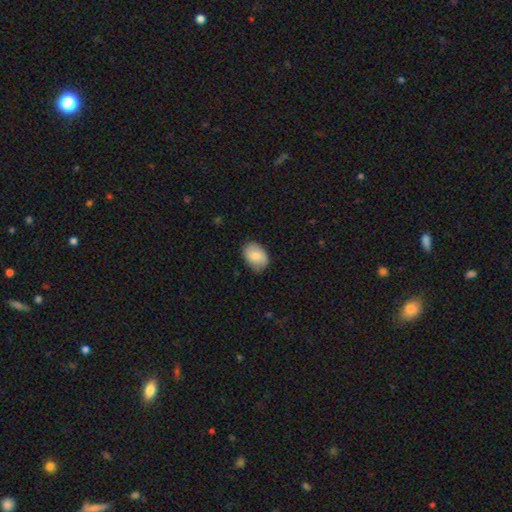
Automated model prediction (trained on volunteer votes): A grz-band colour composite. It shows a smooth galaxy with no disk features (79%) that is in between round and cigar-shaped (81%). Merging: none (77%).